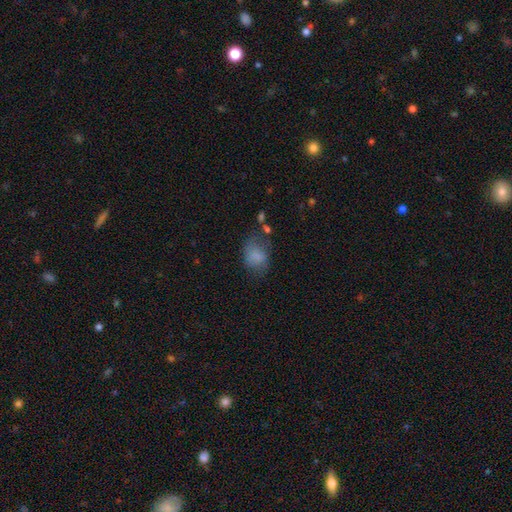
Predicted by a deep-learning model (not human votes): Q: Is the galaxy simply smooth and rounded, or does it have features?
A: smooth — 77%.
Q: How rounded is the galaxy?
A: in between — 60%.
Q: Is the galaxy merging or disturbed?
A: none — 49%.